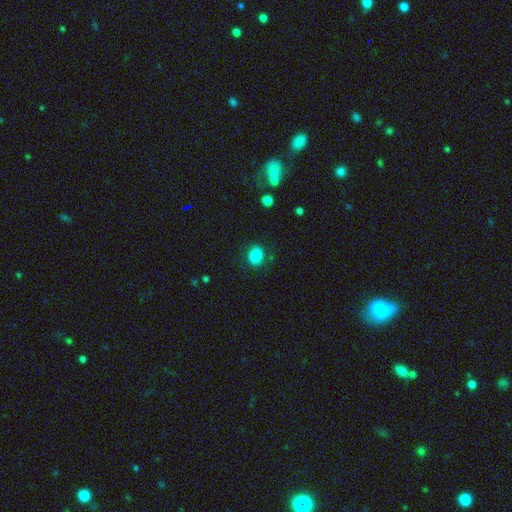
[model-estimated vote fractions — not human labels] Smooth or featured? smooth (85%)
How rounded? round (59%)
Merging? none (83%)